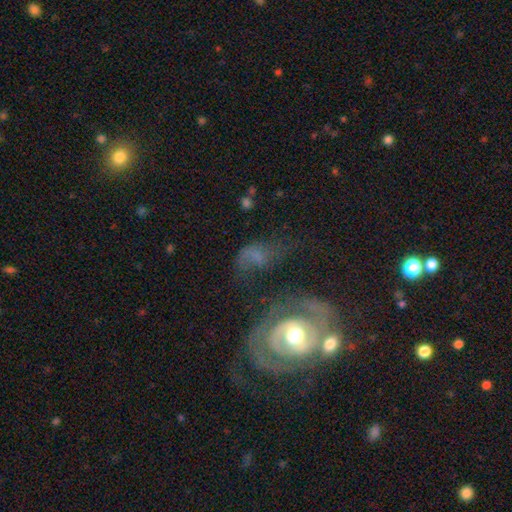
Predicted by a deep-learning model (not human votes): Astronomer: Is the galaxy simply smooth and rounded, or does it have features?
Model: featured or disk — 58%.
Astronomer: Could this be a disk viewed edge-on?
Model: no — 94%.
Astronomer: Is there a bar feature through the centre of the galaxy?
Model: no — 52% (runner-up: weak, 34%).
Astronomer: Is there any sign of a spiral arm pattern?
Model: yes — 75%.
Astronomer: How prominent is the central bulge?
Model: moderate — 56%.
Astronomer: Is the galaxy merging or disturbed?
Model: none — 39% (runner-up: major disturbance, 26%).